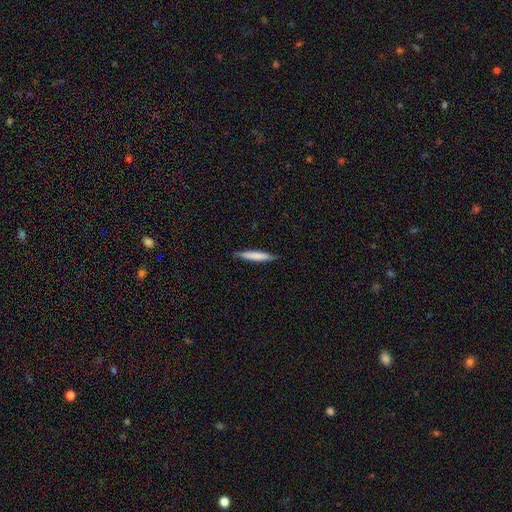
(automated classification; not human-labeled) A smooth galaxy with no disk features (73%) that is cigar-shaped (92%). Merging: none (87%).